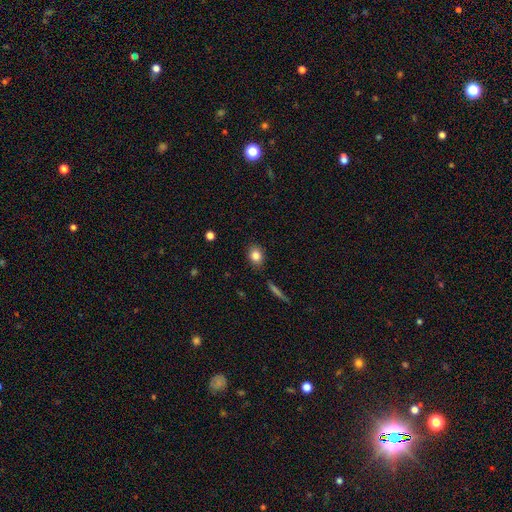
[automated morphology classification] This appears to be a smooth galaxy with no disk features (83%) that is in between round and cigar-shaped (58%). Merging: none (85%).